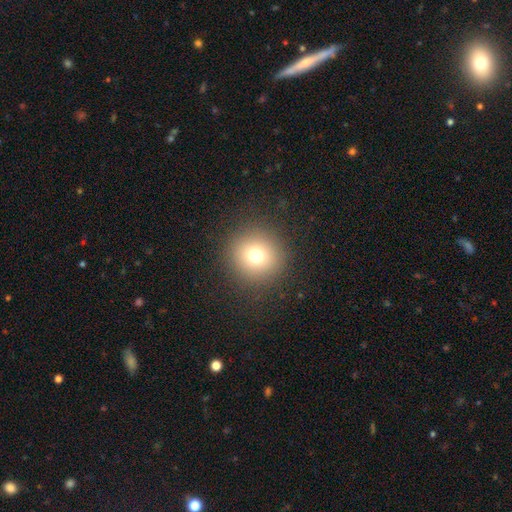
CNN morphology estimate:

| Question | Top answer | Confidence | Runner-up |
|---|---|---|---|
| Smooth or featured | smooth | 73% | star or artifact (17%) |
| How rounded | round | 95% | in between (4%) |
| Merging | none | 90% | minor disturbance (6%) |